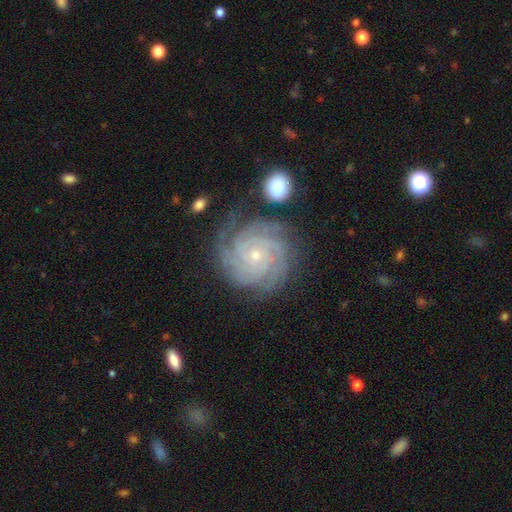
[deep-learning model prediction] Smooth or featured? featured or disk (89%)
Edge-on disk? no (98%)
Bar? no (78%)
Spiral arms? yes (98%)
Spiral winding? tight (82%)
Spiral arm count? 4 (38%)
Bulge size? small (81%)
Merging? none (78%)